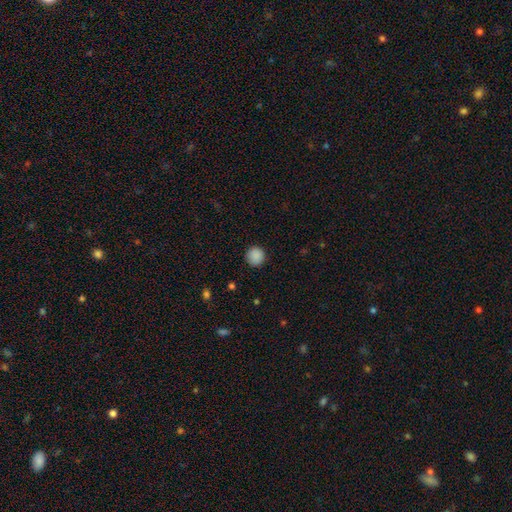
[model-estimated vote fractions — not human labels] smooth_or_featured: smooth (p=0.89) [alt: star or artifact p=0.09]
how_rounded: round (p=0.94) [alt: in between p=0.05]
merging: none (p=0.90) [alt: minor disturbance p=0.07]